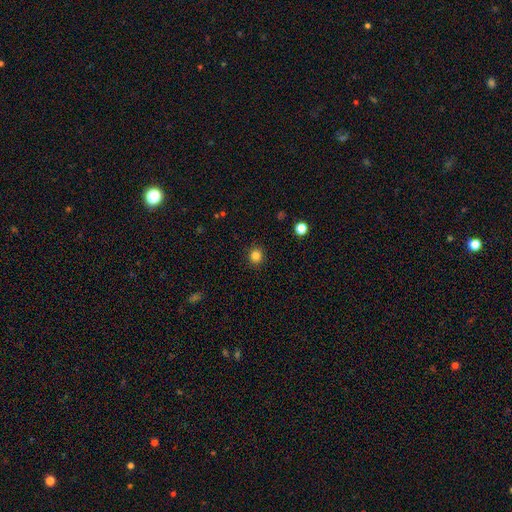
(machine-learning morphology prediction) This is clearly a smooth galaxy (84%). How rounded: clearly round (87%). Merging: clearly none (91%).